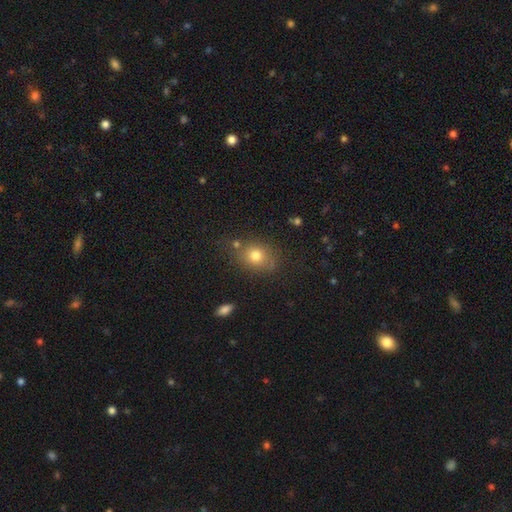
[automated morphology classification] The model was most divided on "how rounded": round: 52%, in between: 47%, cigar-shaped: 1%. More confident: smooth or featured — smooth (76%); merging — none (70%).